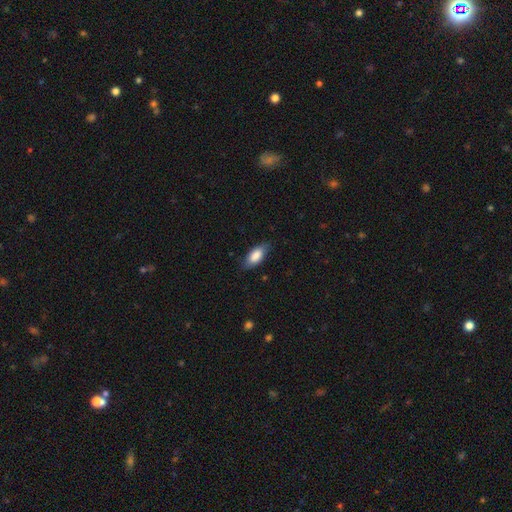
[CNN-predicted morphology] smooth_or_featured: smooth (p=0.82) [alt: featured or disk p=0.11]
how_rounded: in between (p=0.85) [alt: cigar-shaped p=0.12]
merging: none (p=0.75) [alt: minor disturbance p=0.20]